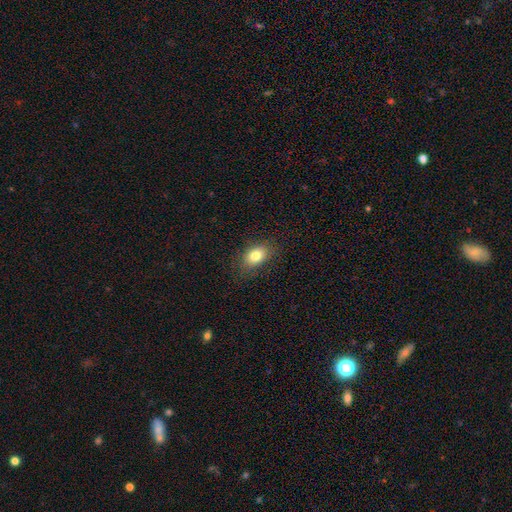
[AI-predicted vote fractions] Smooth or featured: smooth — 80% (featured or disk — 10%)
How rounded: in between — 82% (round — 16%)
Merging: none — 83% (minor disturbance — 13%)